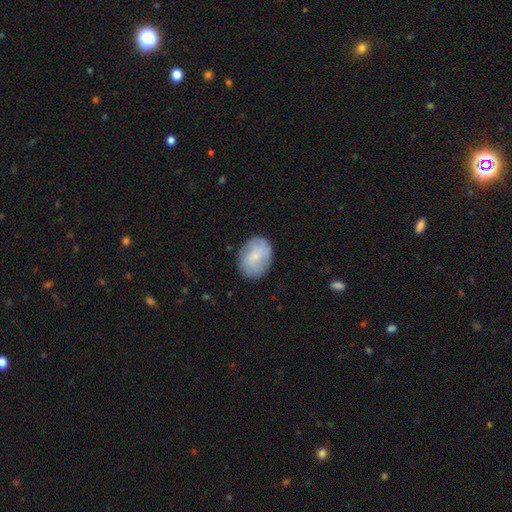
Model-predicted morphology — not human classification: Smooth or featured?
  - smooth: 63% *
  - featured or disk: 30%
  - star or artifact: 7%
How rounded?
  - in between: 67% *
  - round: 32%
  - cigar-shaped: 1%
Merging?
  - none: 80% *
  - minor disturbance: 15%
  - major disturbance: 4%
  - merger: 1%